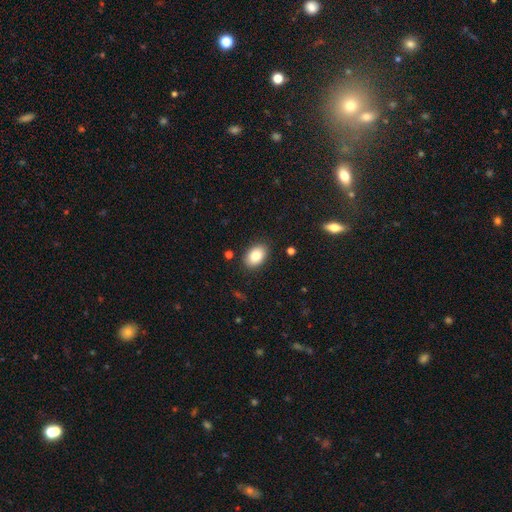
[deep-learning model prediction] This appears to be a smooth galaxy with no disk features (85%) that is in between round and cigar-shaped (85%). Merging: none (87%).